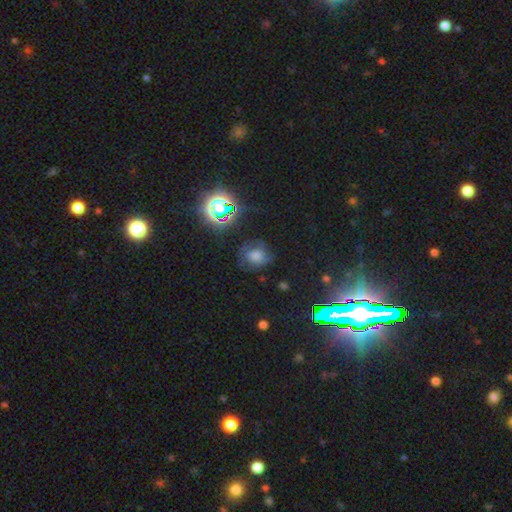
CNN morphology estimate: Smooth or featured: smooth — 39% (star or artifact — 34%)
Merging: none — 65% (minor disturbance — 19%)